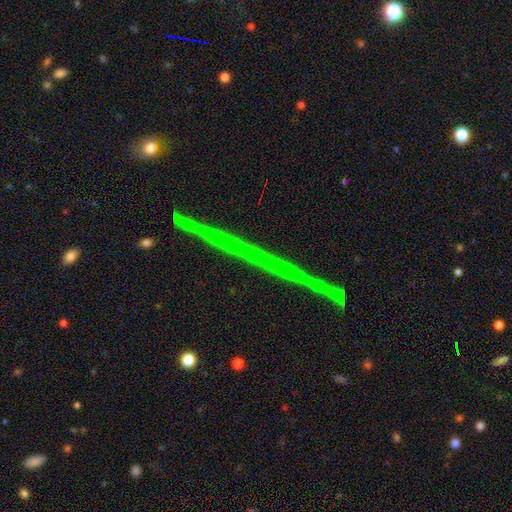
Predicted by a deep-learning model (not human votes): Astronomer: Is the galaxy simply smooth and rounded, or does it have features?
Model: star or artifact — 77%.